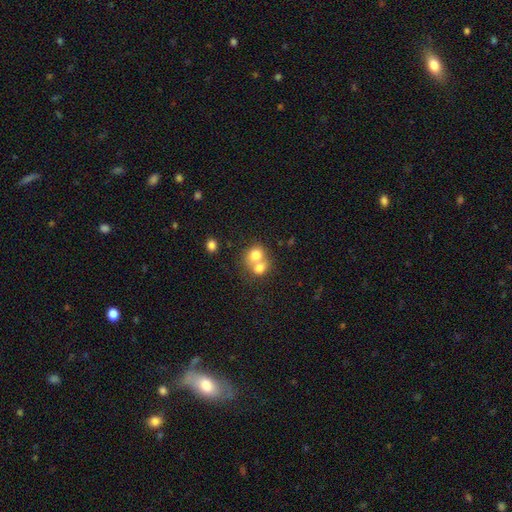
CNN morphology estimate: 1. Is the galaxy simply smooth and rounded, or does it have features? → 73% smooth, 17% featured or disk, 10% star or artifact.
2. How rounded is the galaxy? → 65% round, 34% in between, 1% cigar-shaped.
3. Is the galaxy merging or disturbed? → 67% merger, 24% none, 6% minor disturbance, 3% major disturbance.